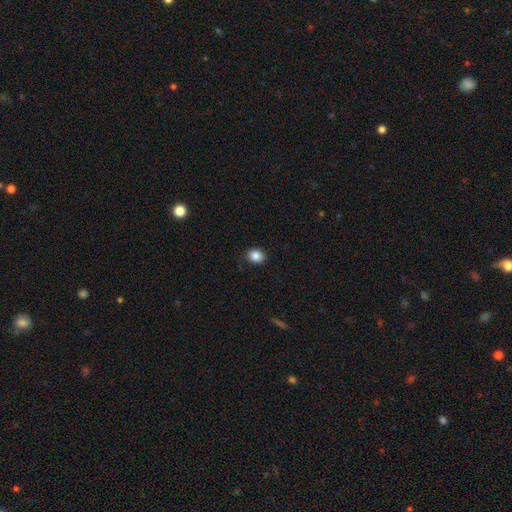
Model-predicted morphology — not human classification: smooth_or_featured: smooth (p=0.86) [alt: star or artifact p=0.10]
how_rounded: round (p=0.60) [alt: in between p=0.39]
merging: none (p=0.84) [alt: minor disturbance p=0.12]